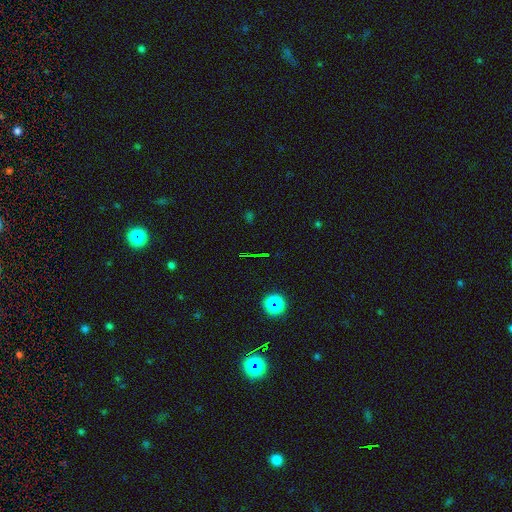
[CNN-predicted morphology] Smooth or featured: star or artifact — 72% (smooth — 16%)